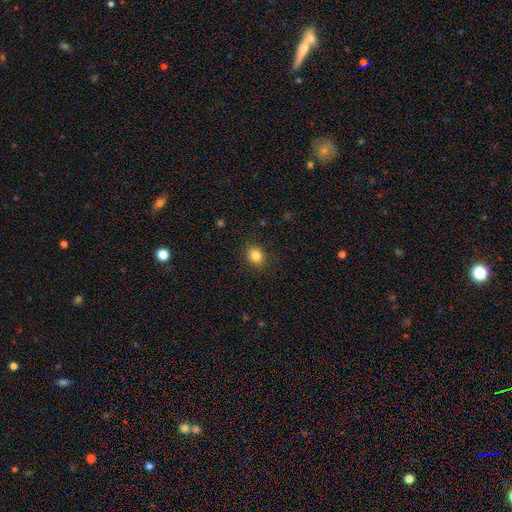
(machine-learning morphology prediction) Overall: smooth (84%). How rounded: round (59%; in between 40%). Merging: none (88%).